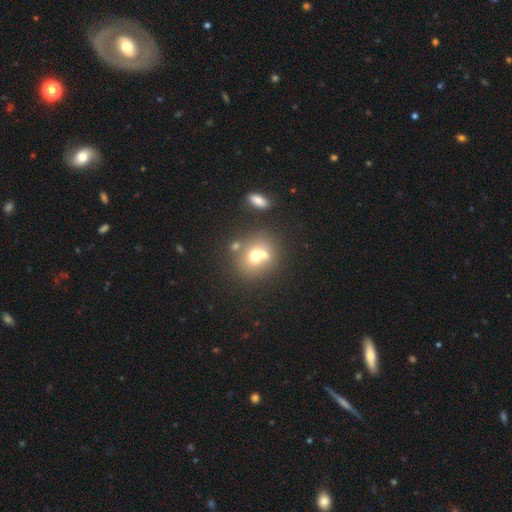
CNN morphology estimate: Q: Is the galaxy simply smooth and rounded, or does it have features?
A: smooth — 64%.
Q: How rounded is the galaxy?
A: round — 76%.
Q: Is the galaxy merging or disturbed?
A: none — 44%.